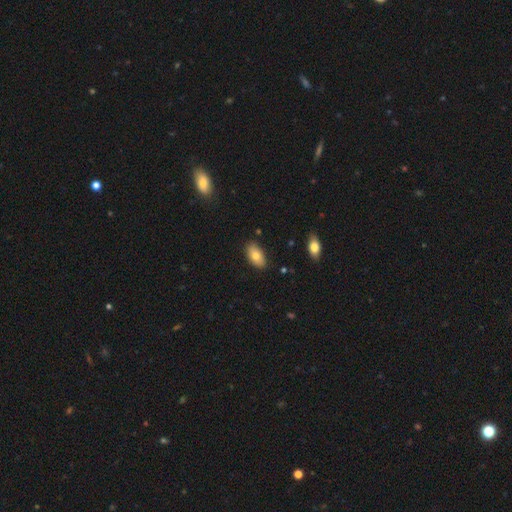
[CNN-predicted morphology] smooth 78%, featured or disk 14%, star or artifact 7%. Down the decision tree: how rounded — in between (93%); merging — none (85%).